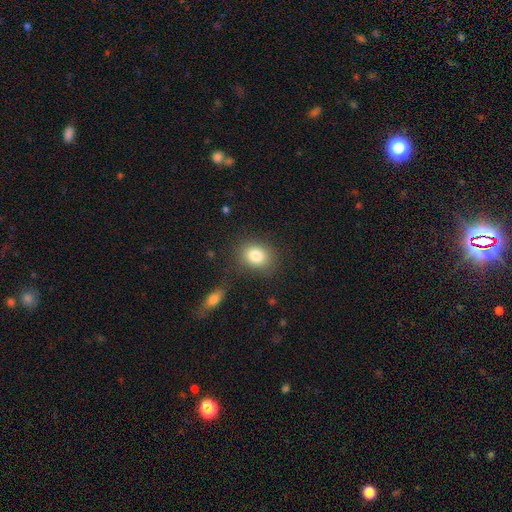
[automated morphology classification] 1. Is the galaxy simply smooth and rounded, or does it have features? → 82% smooth, 10% star or artifact, 8% featured or disk.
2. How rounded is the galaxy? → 53% round, 46% in between, 1% cigar-shaped.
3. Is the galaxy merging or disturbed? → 81% none, 11% minor disturbance, 4% major disturbance, 4% merger.